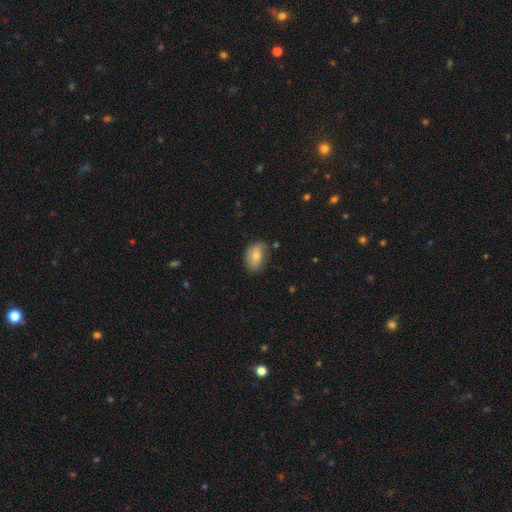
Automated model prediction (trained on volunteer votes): Smooth or featured? Predicted: smooth (p=0.73). How rounded? Predicted: in between (p=0.86). Merging? Predicted: none (p=0.66).